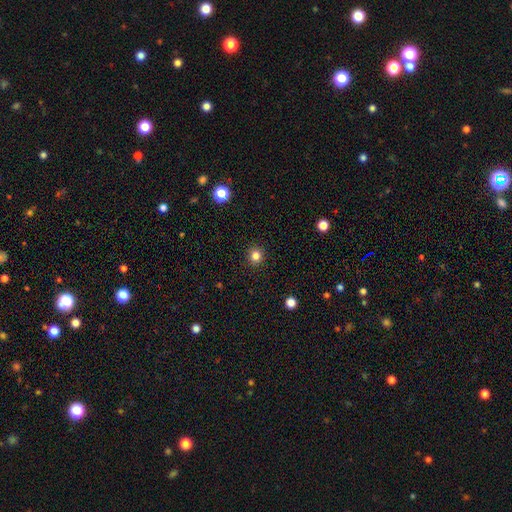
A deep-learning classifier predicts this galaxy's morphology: Smooth or featured?
  - smooth: 82% *
  - star or artifact: 13%
  - featured or disk: 5%
How rounded?
  - round: 91% *
  - in between: 8%
  - cigar-shaped: 1%
Merging?
  - none: 92% *
  - minor disturbance: 5%
  - major disturbance: 2%
  - merger: 1%